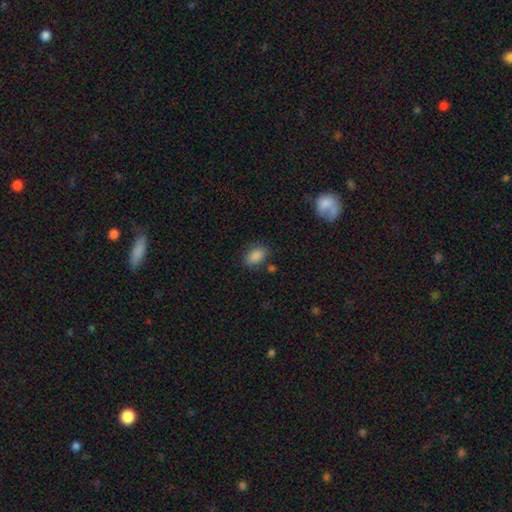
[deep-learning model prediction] Overall: smooth (87%). How rounded: in between (86%). Merging: none (78%).